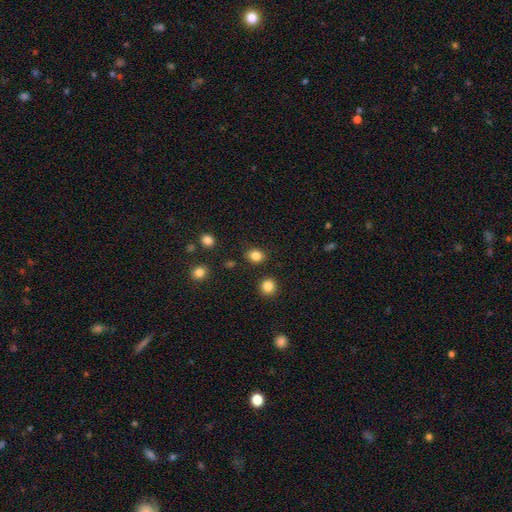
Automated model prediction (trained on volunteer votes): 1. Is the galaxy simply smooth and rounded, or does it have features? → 84% smooth, 11% star or artifact, 5% featured or disk.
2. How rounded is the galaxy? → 50% round, 49% in between, 1% cigar-shaped.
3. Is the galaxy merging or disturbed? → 84% none, 10% minor disturbance, 3% merger, 3% major disturbance.